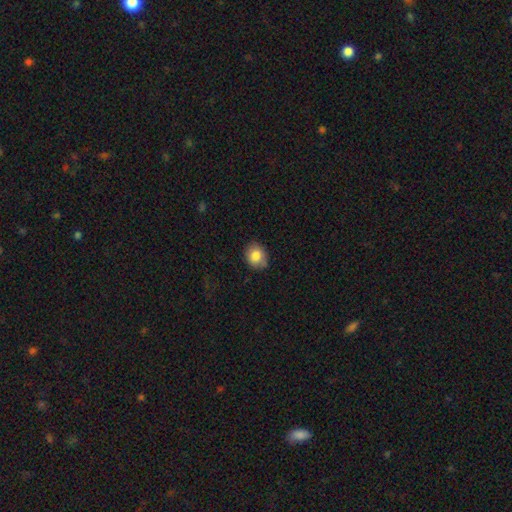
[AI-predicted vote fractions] Morphology: type=smooth (82%); roundness=round (52%); merging=none (77%).